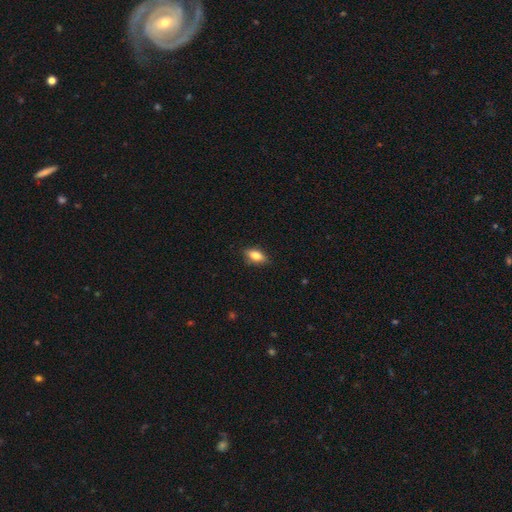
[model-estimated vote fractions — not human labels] Morphology: type=smooth (74%); roundness=in between (82%); merging=none (83%).